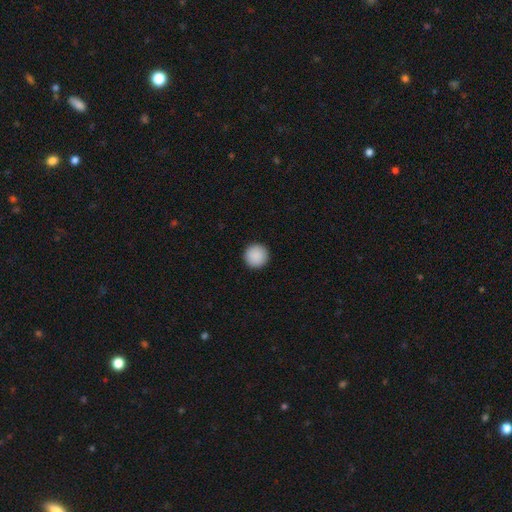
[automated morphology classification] This is clearly a smooth galaxy (90%). How rounded: clearly round (97%). Merging: clearly none (93%).